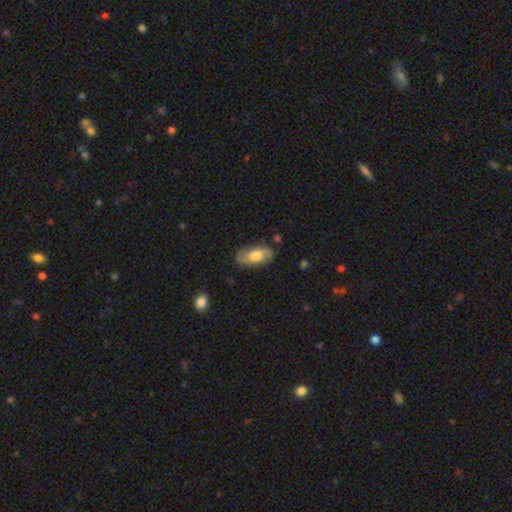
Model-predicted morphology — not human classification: smooth-or-featured: smooth: 66% | featured or disk: 28% | star or artifact: 6%
  how-rounded: in between: 90% | cigar-shaped: 7% | round: 3%
  merging: none: 74% | minor disturbance: 20% | major disturbance: 5% | merger: 2%